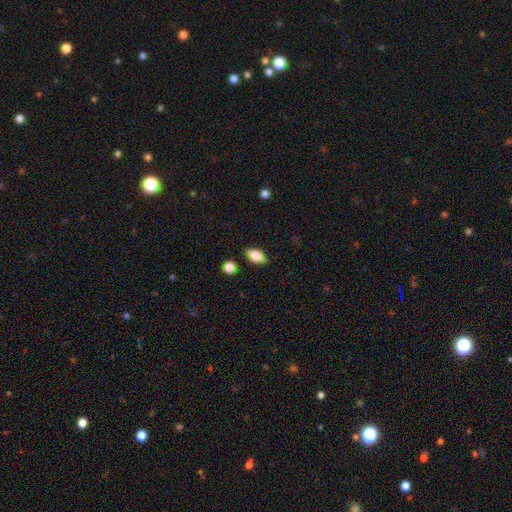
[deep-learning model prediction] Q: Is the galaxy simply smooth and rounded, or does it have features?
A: smooth — 80%.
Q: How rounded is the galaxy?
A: in between — 88%.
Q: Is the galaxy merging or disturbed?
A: none — 85%.